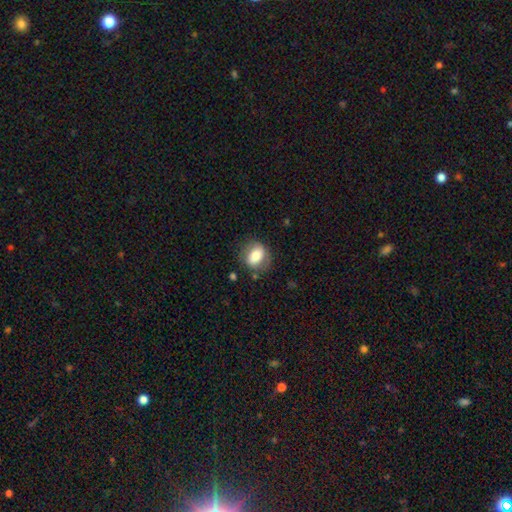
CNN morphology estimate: smooth 71%, featured or disk 21%, star or artifact 8%. Down the decision tree: how rounded — in between (55%); merging — none (72%).